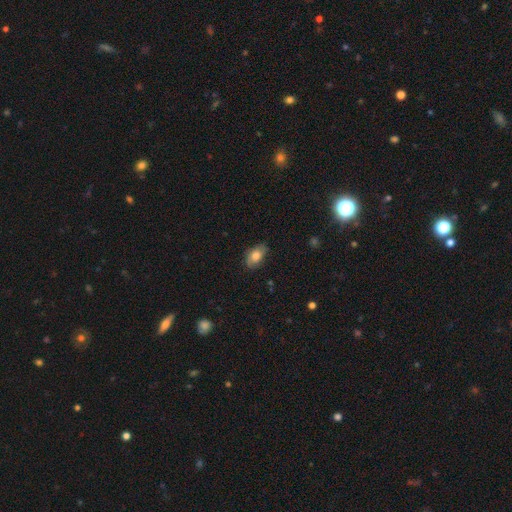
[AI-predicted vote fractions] Q: Smooth or featured?
A: smooth (71%); runner-up: featured or disk (21%)
Q: How rounded?
A: in between (89%); runner-up: round (9%)
Q: Merging?
A: none (74%); runner-up: minor disturbance (21%)